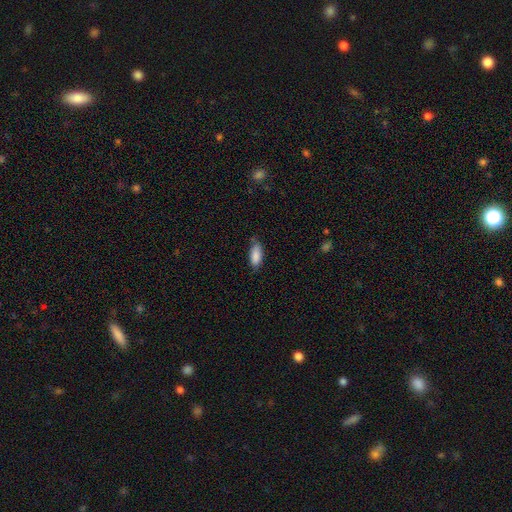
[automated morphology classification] type=smooth (88%); roundness=in between (82%); merging=none (71%).